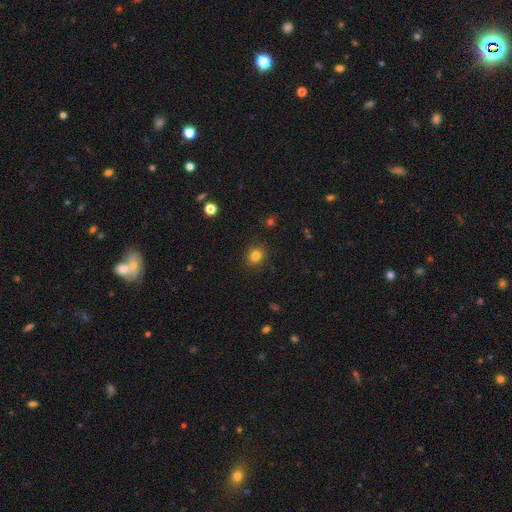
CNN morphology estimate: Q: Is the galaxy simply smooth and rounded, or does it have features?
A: smooth — 82%.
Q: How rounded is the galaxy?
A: round — 80%.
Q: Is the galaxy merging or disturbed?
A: none — 88%.